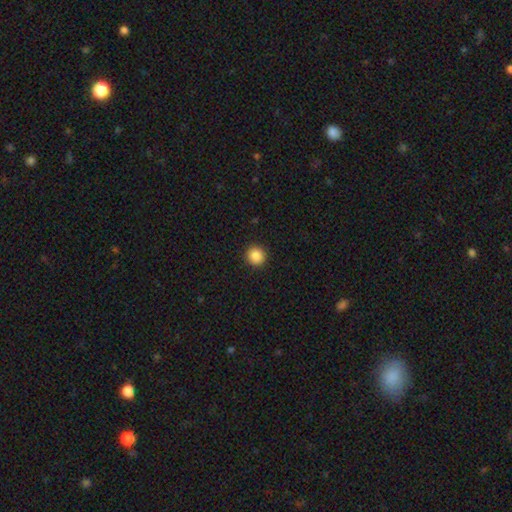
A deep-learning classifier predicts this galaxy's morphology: Smooth or featured? Predicted: smooth (p=0.87). How rounded? Predicted: round (p=0.92). Merging? Predicted: none (p=0.92).